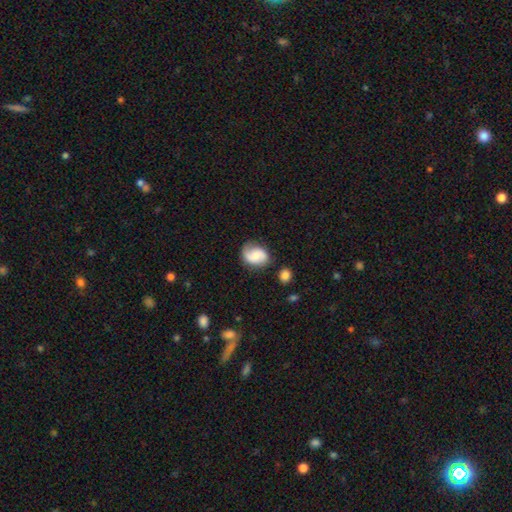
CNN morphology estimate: type=featured or disk (51%); edge-on=no (97%); merging=none (68%).